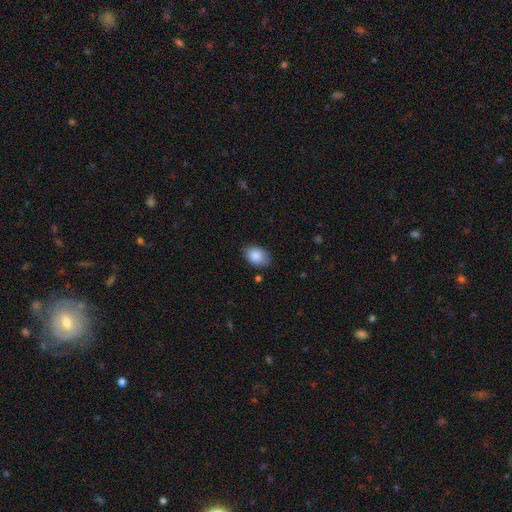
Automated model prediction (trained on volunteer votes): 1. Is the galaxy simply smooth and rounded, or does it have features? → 86% smooth, 7% star or artifact, 7% featured or disk.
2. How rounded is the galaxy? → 83% in between, 16% round, 1% cigar-shaped.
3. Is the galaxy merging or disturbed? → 78% none, 17% minor disturbance, 3% major disturbance, 2% merger.